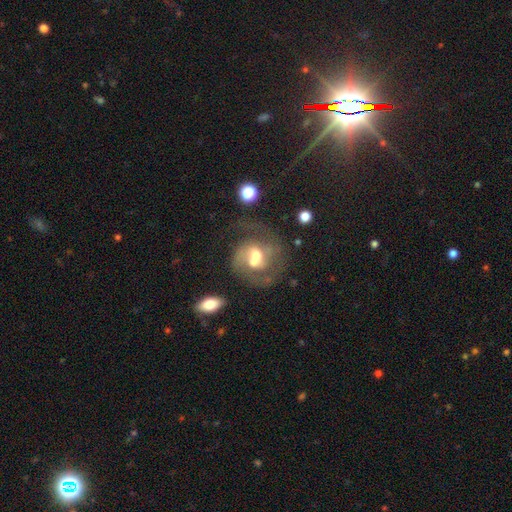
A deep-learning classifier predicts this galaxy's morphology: This appears to be a featured or disk galaxy (74%) with no bar (50%), 2 (66%) medium (50%) spiral arms (84%) and a moderate central bulge (64%). Merging: none (36%).